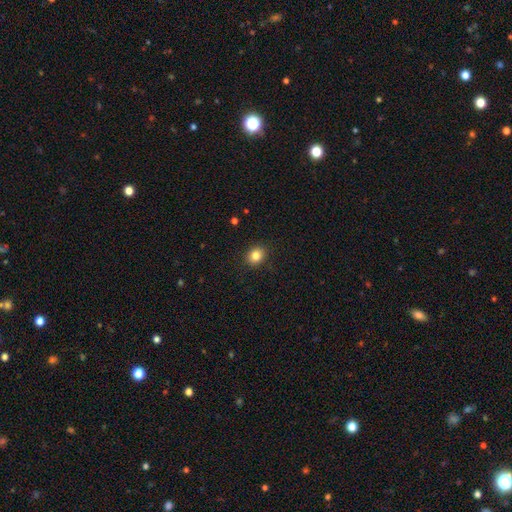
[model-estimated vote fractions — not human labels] Smooth or featured? Predicted: smooth (p=0.83). How rounded? Predicted: round (p=0.63). Merging? Predicted: none (p=0.89).